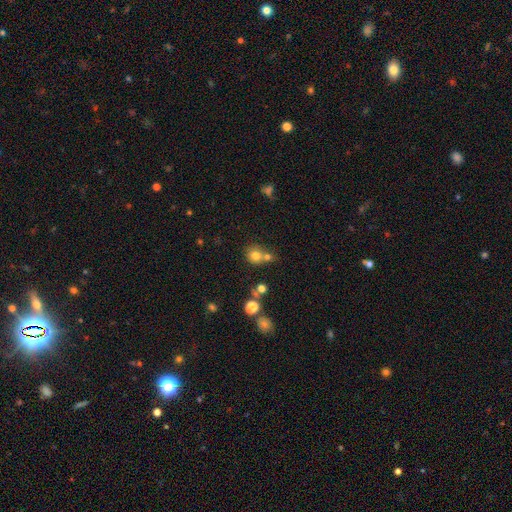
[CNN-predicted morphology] Smooth or featured: smooth — 74% (star or artifact — 15%)
How rounded: round — 81% (in between — 18%)
Merging: none — 49% (merger — 37%)